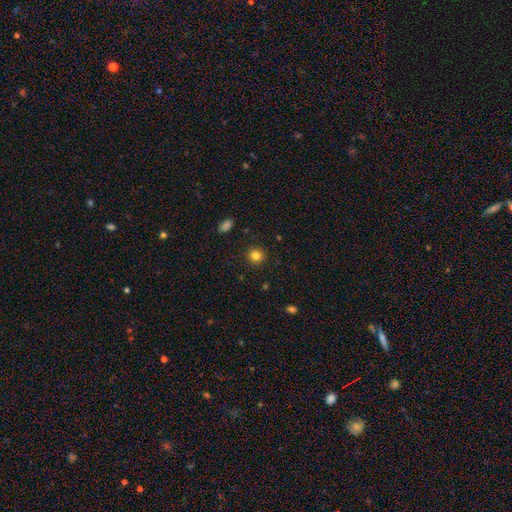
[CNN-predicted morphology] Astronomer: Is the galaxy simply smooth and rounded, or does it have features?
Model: smooth — 83%.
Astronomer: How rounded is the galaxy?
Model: round — 92%.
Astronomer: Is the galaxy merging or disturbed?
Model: none — 92%.